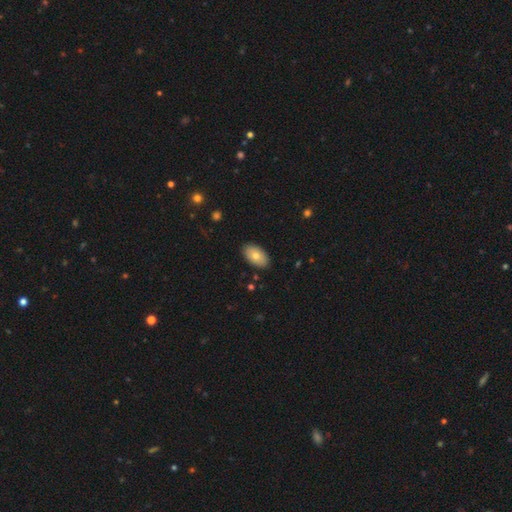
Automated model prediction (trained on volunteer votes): Morphology: type=smooth (76%); roundness=in between (94%); merging=none (88%).